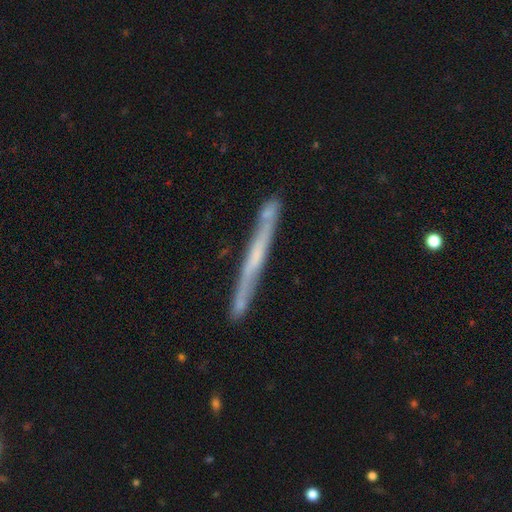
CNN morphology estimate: Smooth or featured? Predicted: featured or disk (p=0.64). Edge-on disk? Predicted: yes (p=0.94). Edge-on bulge? Predicted: none (p=0.77). Merging? Predicted: none (p=0.82).